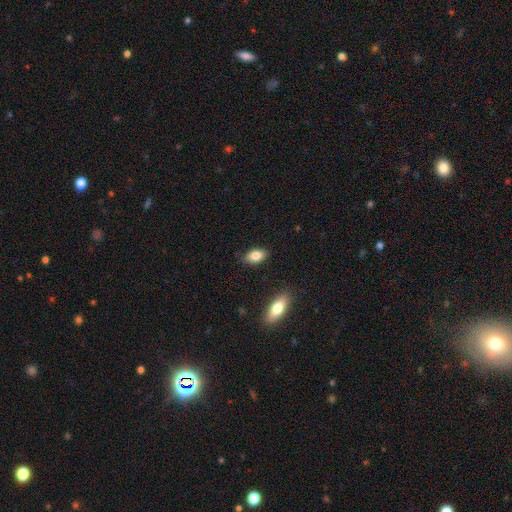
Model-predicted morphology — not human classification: smooth-or-featured: smooth: 82% | featured or disk: 11% | star or artifact: 7%
  how-rounded: in between: 90% | round: 5% | cigar-shaped: 5%
  merging: none: 84% | minor disturbance: 12% | major disturbance: 2% | merger: 2%